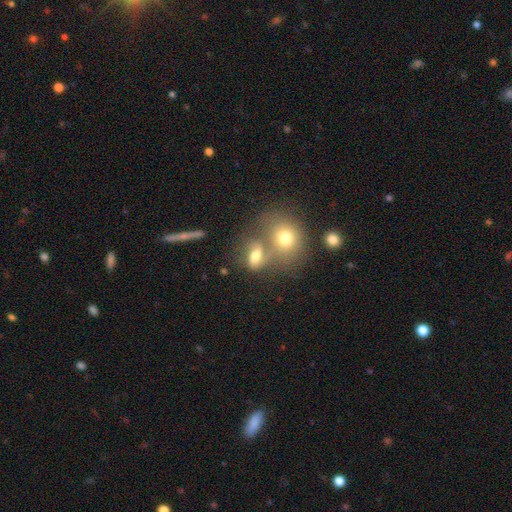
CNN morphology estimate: smooth 57%, featured or disk 30%, star or artifact 13%. Down the decision tree: how rounded — in between (65%); merging — merger (47%).